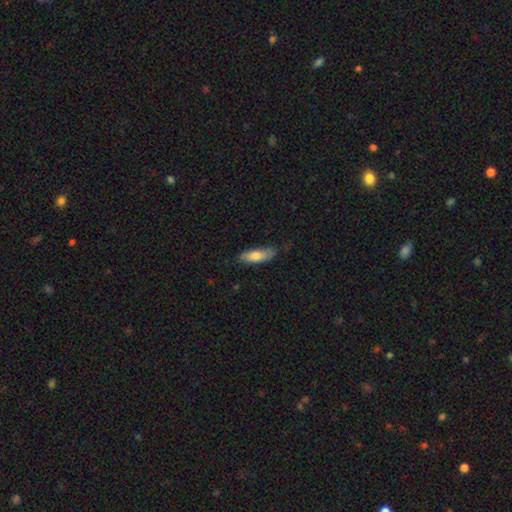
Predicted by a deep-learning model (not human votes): A smooth galaxy with no disk features (75%) that is in between round and cigar-shaped (57%). Merging: none (77%).